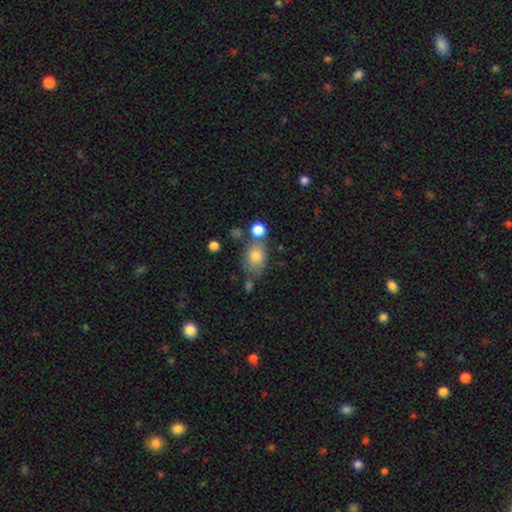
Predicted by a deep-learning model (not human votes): Smooth or featured: smooth — 79% (featured or disk — 11%)
How rounded: in between — 67% (round — 31%)
Merging: none — 57% (minor disturbance — 18%)